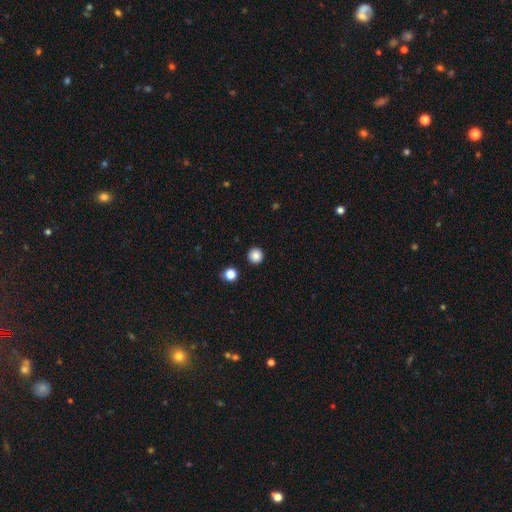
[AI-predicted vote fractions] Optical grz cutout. It shows a smooth galaxy with no disk features (86%) that is round (95%). Merging: none (93%).